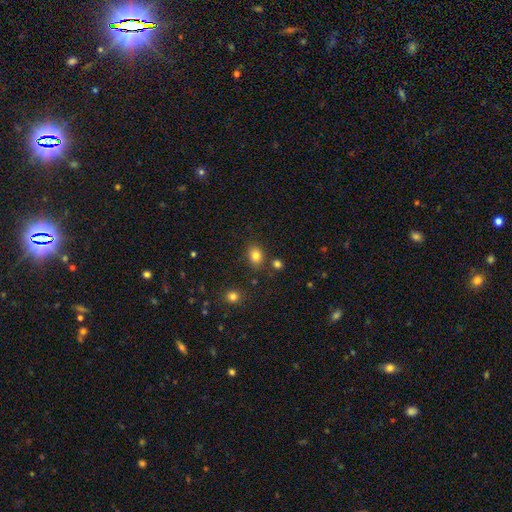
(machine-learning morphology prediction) Smooth or featured? Predicted: smooth (p=0.83). How rounded? Predicted: in between (p=0.61). Merging? Predicted: none (p=0.80).